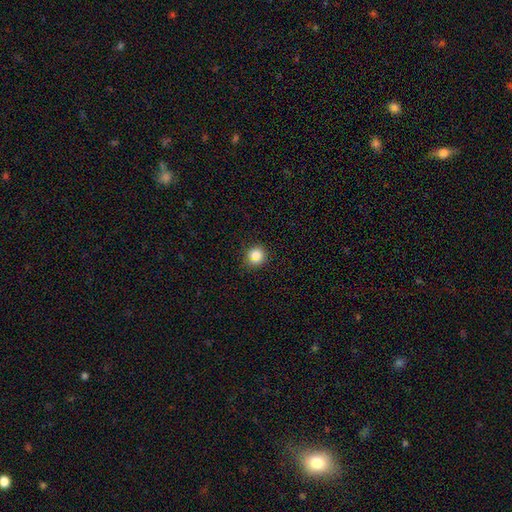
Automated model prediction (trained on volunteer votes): Morphology: type=smooth (84%); roundness=round (90%); merging=none (84%).